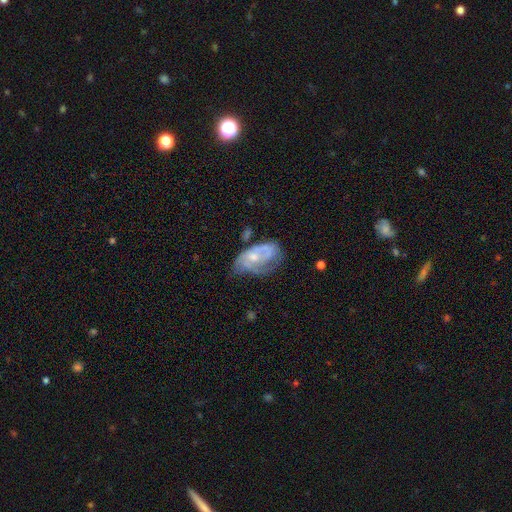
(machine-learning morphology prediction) type=featured or disk (70%); edge-on=no (96%); bar=no (73%); spiral arms=yes (77%); winding=tight (46%); arm count=can't tell (36%); bulge=moderate (49%); merging=none (40%).